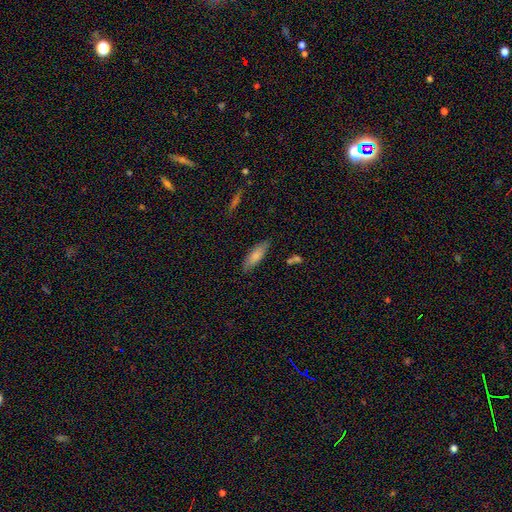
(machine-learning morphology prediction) smooth_or_featured: smooth (p=0.79) [alt: featured or disk p=0.14]
how_rounded: in between (p=0.55) [alt: cigar-shaped p=0.44]
merging: none (p=0.83) [alt: minor disturbance p=0.13]